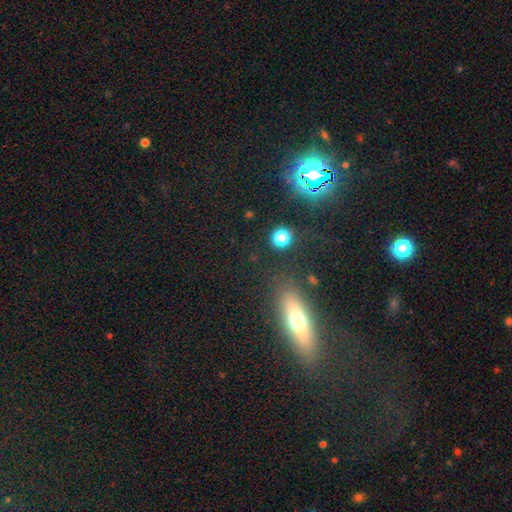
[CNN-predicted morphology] Q: Smooth or featured?
A: smooth (45%); runner-up: featured or disk (30%)
Q: Merging?
A: none (82%); runner-up: minor disturbance (10%)